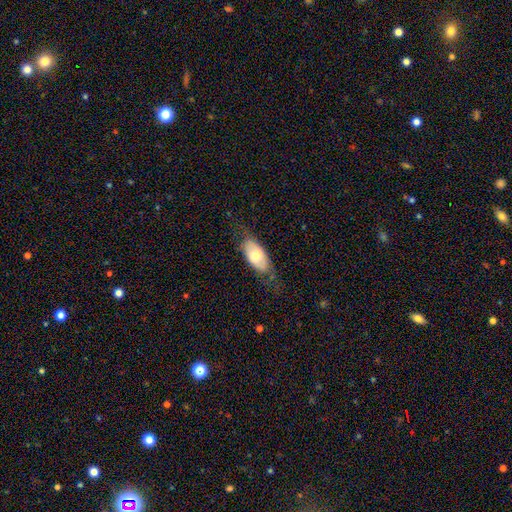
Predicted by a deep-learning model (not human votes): smooth-or-featured: smooth: 63% | featured or disk: 31% | star or artifact: 6%
  how-rounded: in between: 91% | cigar-shaped: 6% | round: 3%
  merging: none: 66% | minor disturbance: 23% | major disturbance: 10% | merger: 1%